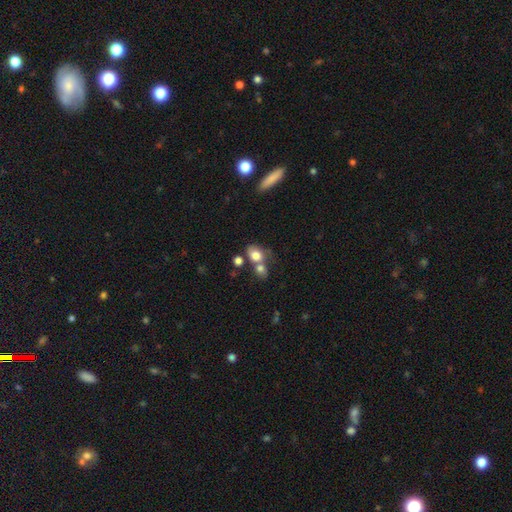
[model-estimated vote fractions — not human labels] This appears to be a smooth galaxy with no disk features (76%) that is in between round and cigar-shaped (64%). Merging: merger (47%).